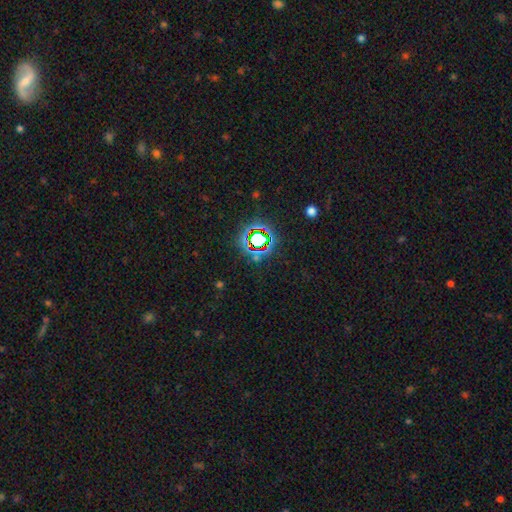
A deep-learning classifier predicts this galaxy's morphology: Smooth or featured: star or artifact — 78% (smooth — 14%)